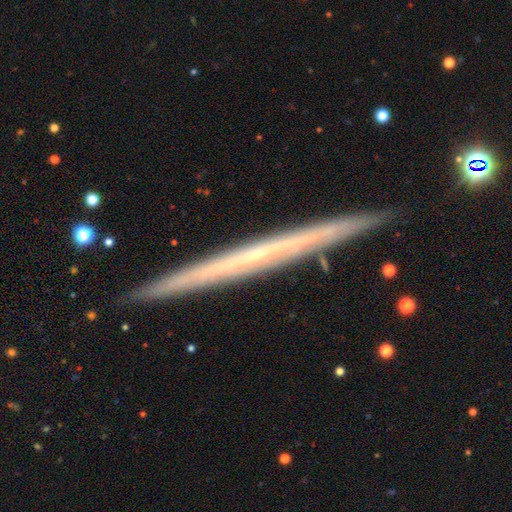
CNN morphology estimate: Q: Smooth or featured?
A: featured or disk (69%); runner-up: smooth (24%)
Q: Edge-on disk?
A: yes (97%); runner-up: no (3%)
Q: Edge-on bulge?
A: none (89%); runner-up: rounded (9%)
Q: Merging?
A: none (91%); runner-up: minor disturbance (7%)